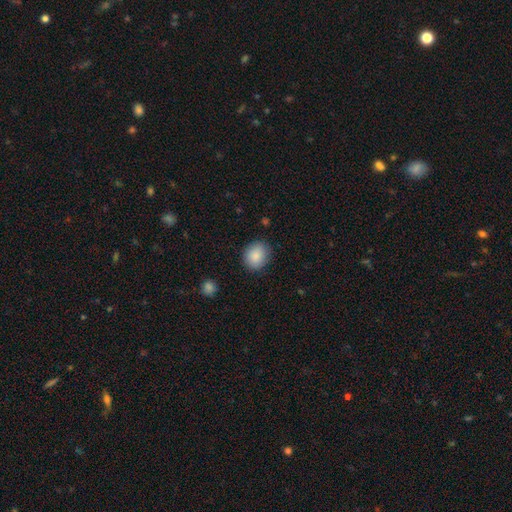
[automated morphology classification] smooth-or-featured: smooth: 88% | star or artifact: 8% | featured or disk: 5%
  how-rounded: round: 62% | in between: 37% | cigar-shaped: 1%
  merging: none: 85% | minor disturbance: 11% | major disturbance: 3% | merger: 1%